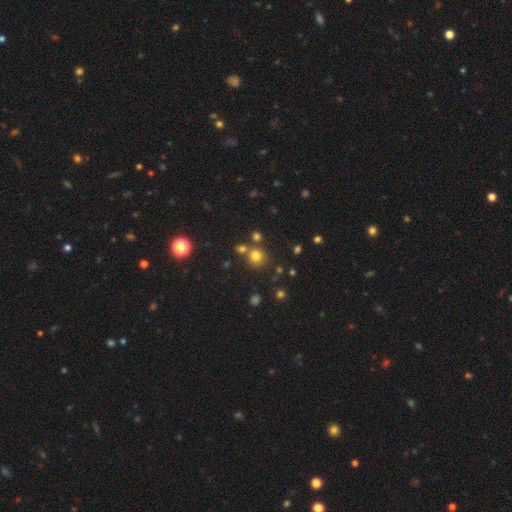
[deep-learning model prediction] Smooth or featured? Predicted: smooth (p=0.75). How rounded? Predicted: round (p=0.90). Merging? Predicted: none (p=0.72).